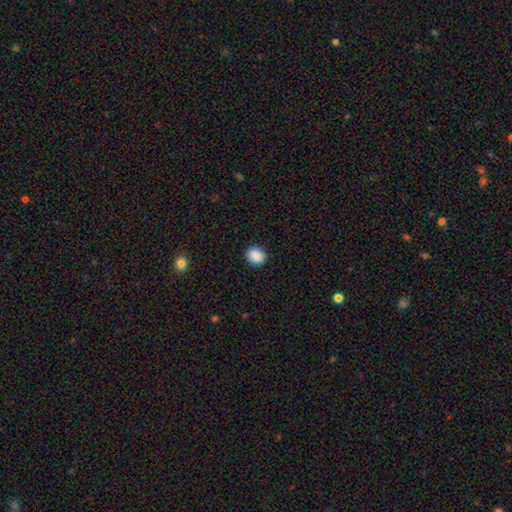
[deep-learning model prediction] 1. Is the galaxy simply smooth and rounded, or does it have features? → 89% smooth, 8% star or artifact, 3% featured or disk.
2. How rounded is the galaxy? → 58% round, 42% in between, 1% cigar-shaped.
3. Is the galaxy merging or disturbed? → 89% none, 8% minor disturbance, 2% major disturbance, 1% merger.